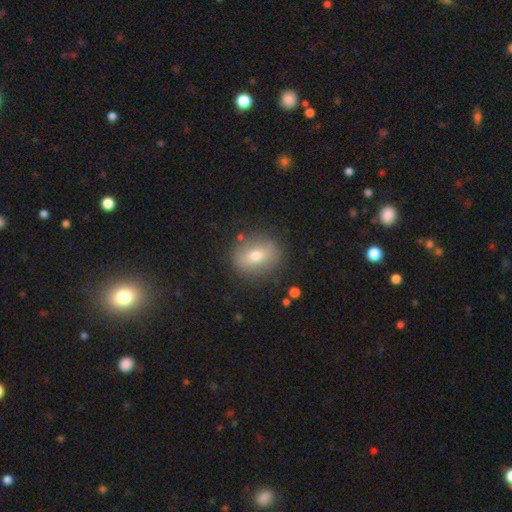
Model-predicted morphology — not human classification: Smooth or featured?
  - smooth: 68% *
  - featured or disk: 23%
  - star or artifact: 10%
How rounded?
  - round: 56% *
  - in between: 42%
  - cigar-shaped: 2%
Merging?
  - none: 85% *
  - minor disturbance: 10%
  - major disturbance: 3%
  - merger: 2%